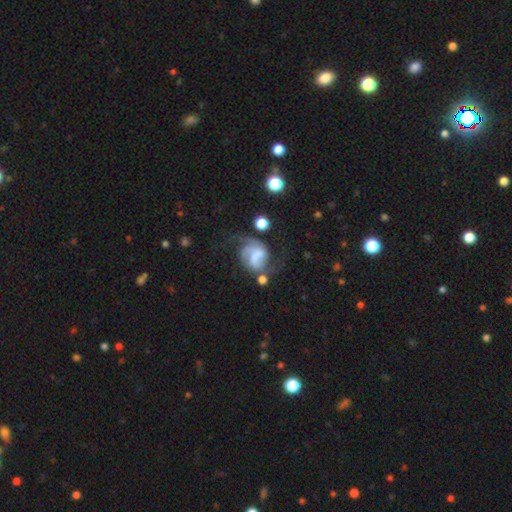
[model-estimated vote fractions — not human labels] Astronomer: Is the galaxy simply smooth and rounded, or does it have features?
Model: featured or disk — 70%.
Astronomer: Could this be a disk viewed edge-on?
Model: no — 98%.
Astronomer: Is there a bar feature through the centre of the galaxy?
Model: weak — 43% (runner-up: no, 35%).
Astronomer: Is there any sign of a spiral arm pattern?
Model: yes — 89%.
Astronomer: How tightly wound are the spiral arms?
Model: medium — 43% (runner-up: loose, 39%).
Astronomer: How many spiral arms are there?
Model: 2 — 67%.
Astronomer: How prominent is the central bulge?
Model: none — 45% (runner-up: small, 21%).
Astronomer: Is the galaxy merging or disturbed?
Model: none — 37% (runner-up: major disturbance, 32%).